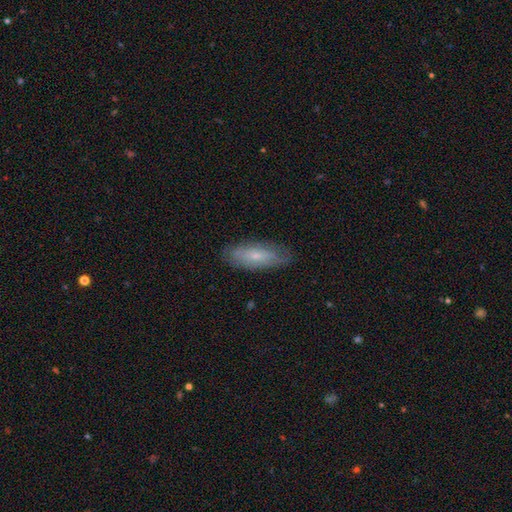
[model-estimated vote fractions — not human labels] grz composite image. It shows a smooth galaxy with no disk features (58%) that is in between round and cigar-shaped (69%). Merging: none (78%).